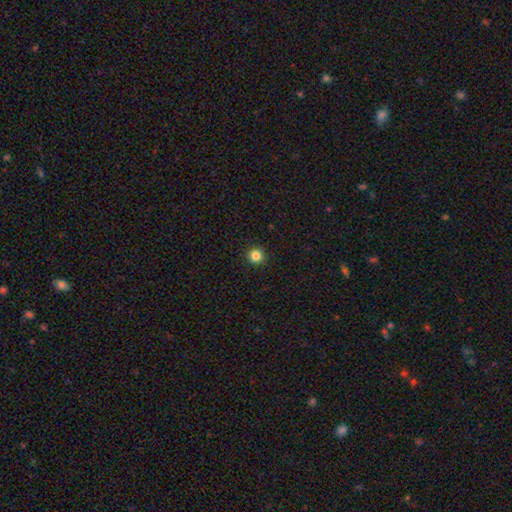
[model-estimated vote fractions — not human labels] This appears to be a smooth galaxy with no disk features (84%) that is round (95%). Merging: none (93%).